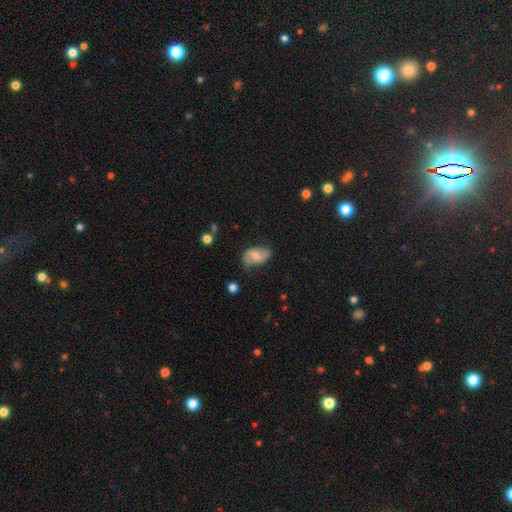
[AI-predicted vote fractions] A featured or disk galaxy (50%). Merging: none (67%).